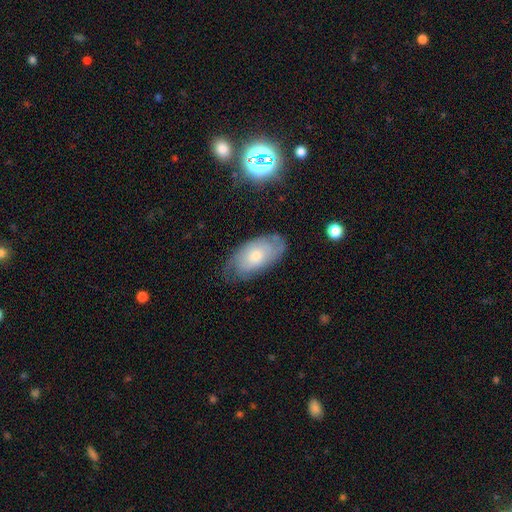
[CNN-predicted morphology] Smooth or featured? featured or disk (57%)
Edge-on disk? no (91%)
Bar? no (81%)
Spiral arms? yes (81%)
Bulge size? small (49%)
Merging? none (70%)